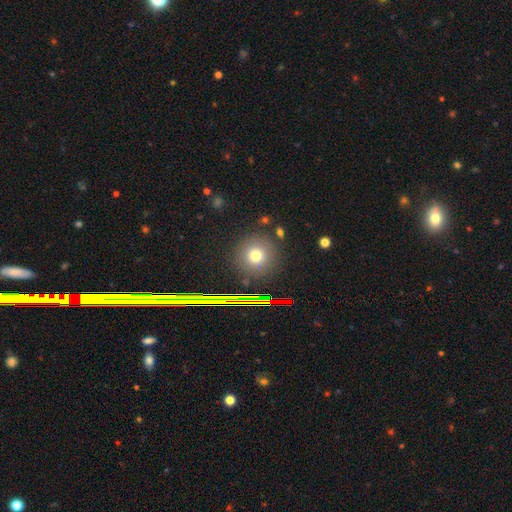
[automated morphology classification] smooth_or_featured: smooth (p=0.69) [alt: star or artifact p=0.21]
how_rounded: round (p=0.93) [alt: in between p=0.06]
merging: none (p=0.86) [alt: minor disturbance p=0.07]